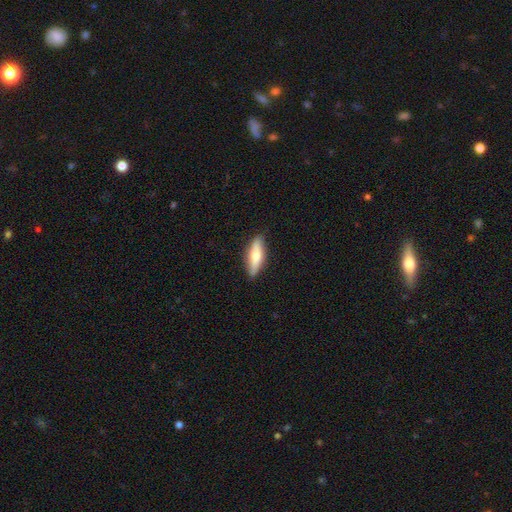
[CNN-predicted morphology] This appears to be a smooth galaxy with no disk features (56%) that is cigar-shaped (54%). Merging: none (86%).